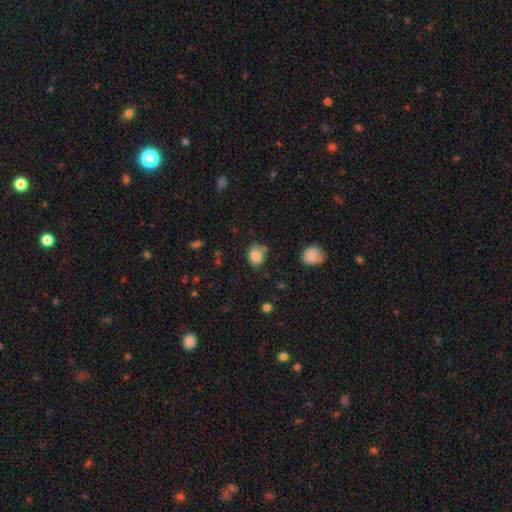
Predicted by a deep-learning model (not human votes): Morphology: type=smooth (84%); roundness=round (63%); merging=none (69%).